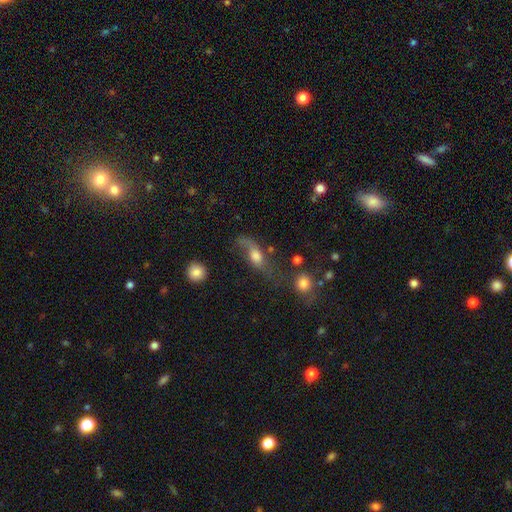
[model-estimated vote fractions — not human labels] This is possibly a smooth galaxy (51%). How rounded: likely in between (66%). Merging: marginally major disturbance (35%, tied with none).